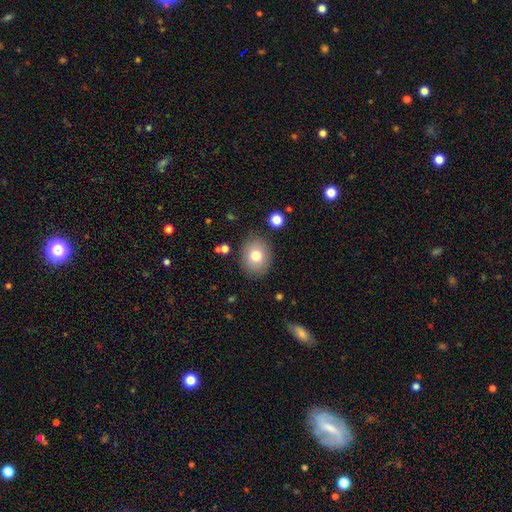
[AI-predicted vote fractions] Smooth or featured? Predicted: smooth (p=0.78). How rounded? Predicted: round (p=0.59). Merging? Predicted: none (p=0.84).